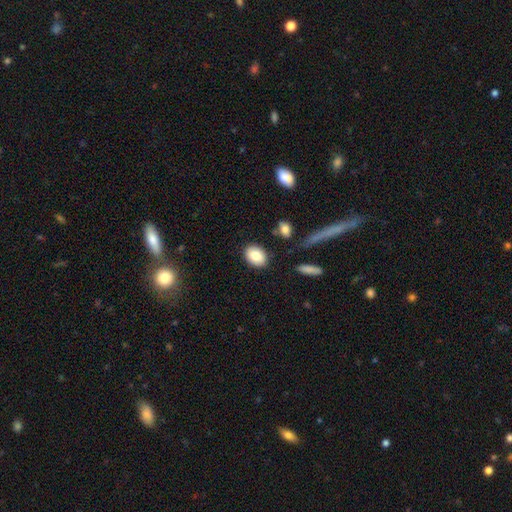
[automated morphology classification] Smooth or featured? Predicted: smooth (p=0.85). How rounded? Predicted: in between (p=0.70). Merging? Predicted: none (p=0.86).